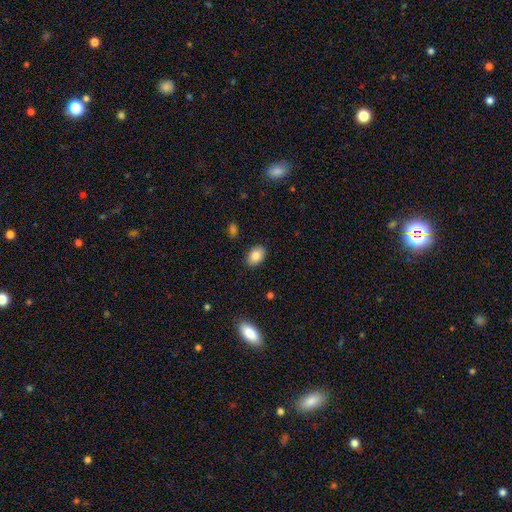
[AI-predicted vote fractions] Overall: smooth (85%). How rounded: in between (84%). Merging: none (87%).